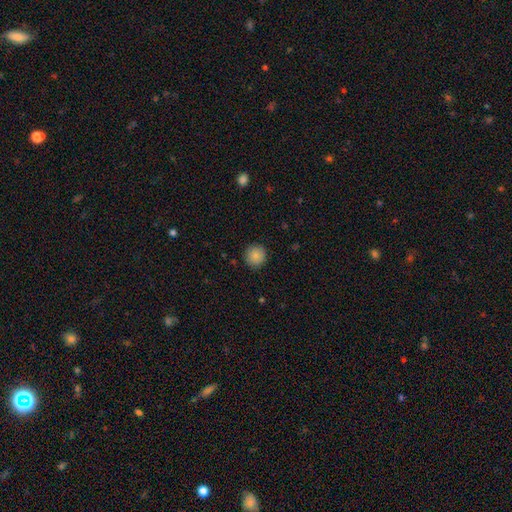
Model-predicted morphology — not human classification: The model was most divided on "smooth or featured": smooth: 86%, star or artifact: 9%, featured or disk: 6%. More confident: how rounded — round (93%); merging — none (90%).